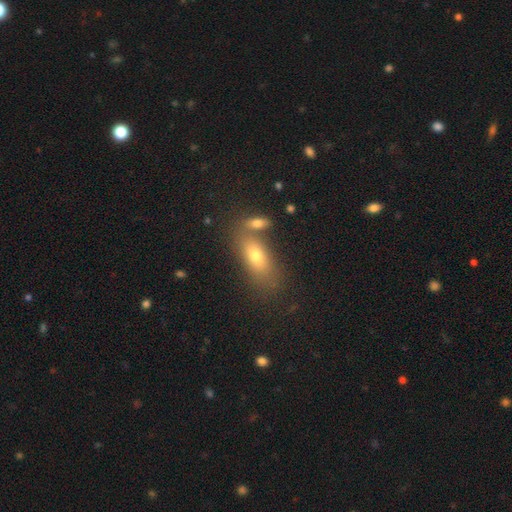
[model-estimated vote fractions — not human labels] Smooth or featured: smooth — 66% (featured or disk — 21%)
How rounded: in between — 78% (cigar-shaped — 15%)
Merging: none — 59% (merger — 26%)